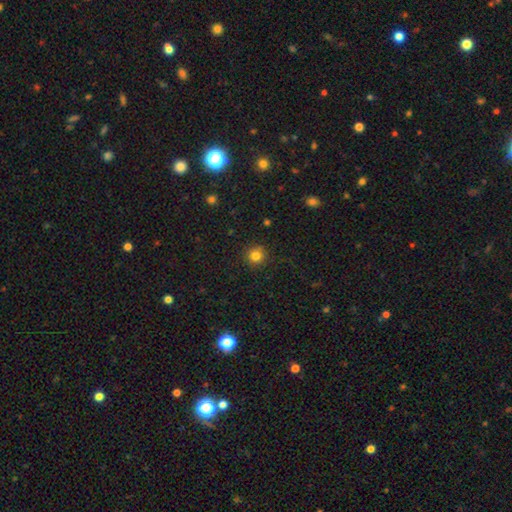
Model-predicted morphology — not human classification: The model was most divided on "smooth or featured": smooth: 81%, star or artifact: 14%, featured or disk: 5%. More confident: how rounded — round (94%); merging — none (91%).